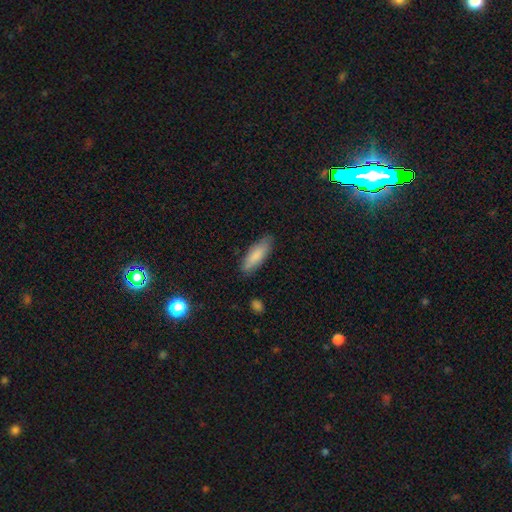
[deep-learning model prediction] A smooth galaxy with no disk features (83%) that is in between round and cigar-shaped (55%). Merging: none (83%).